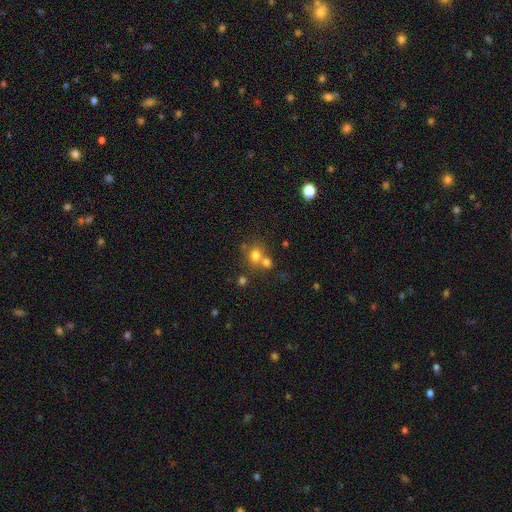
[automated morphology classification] smooth-or-featured: smooth: 73% | star or artifact: 15% | featured or disk: 12%
  how-rounded: round: 70% | in between: 29% | cigar-shaped: 1%
  merging: none: 46% | merger: 41% | minor disturbance: 9% | major disturbance: 4%